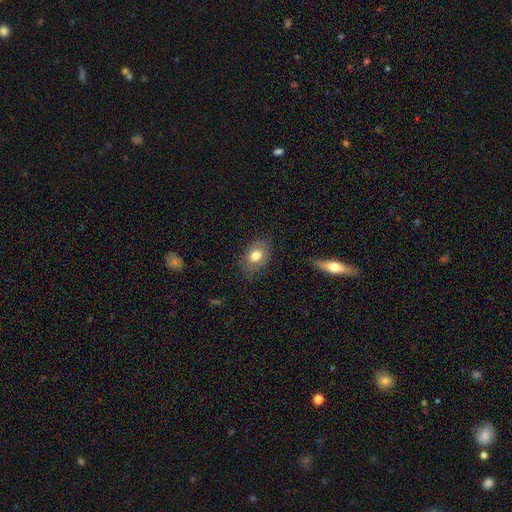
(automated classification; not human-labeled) A smooth galaxy with no disk features (75%) that is in between round and cigar-shaped (77%).

Vote fractions:
- Smooth or featured? smooth: 75% / featured or disk: 17% / star or artifact: 8%
- How rounded? in between: 77% / round: 22% / cigar-shaped: 1%
- Merging? none: 76% / minor disturbance: 18% / major disturbance: 5% / merger: 1%